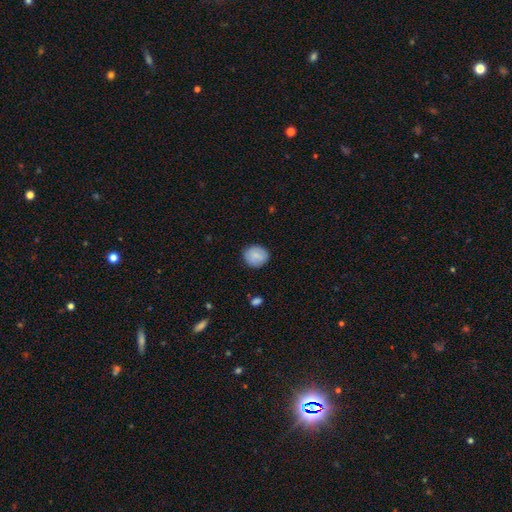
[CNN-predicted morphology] A smooth galaxy with no disk features (82%) that is round (77%). Merging: none (84%).